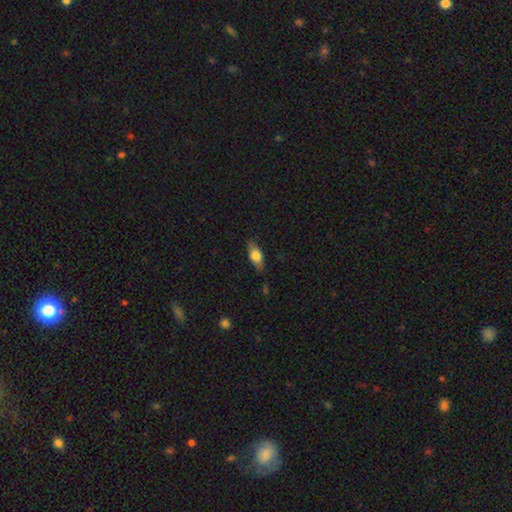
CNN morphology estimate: A smooth galaxy with no disk features (66%) that is in between round and cigar-shaped (77%). Merging: none (77%).